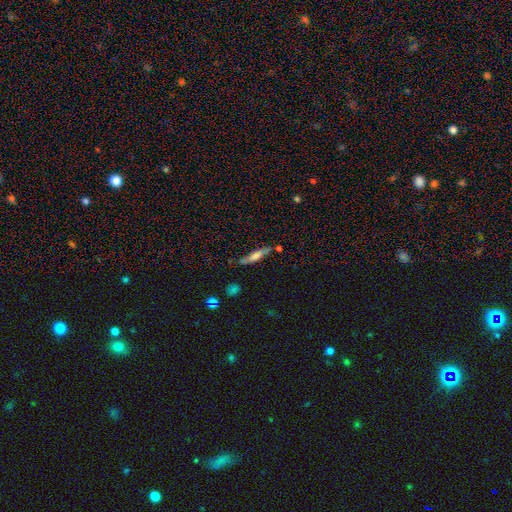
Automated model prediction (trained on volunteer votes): Smooth or featured?
  - smooth: 52% *
  - featured or disk: 40%
  - star or artifact: 8%
How rounded?
  - cigar-shaped: 83% *
  - in between: 15%
  - round: 2%
Merging?
  - none: 70% *
  - minor disturbance: 19%
  - merger: 6%
  - major disturbance: 5%